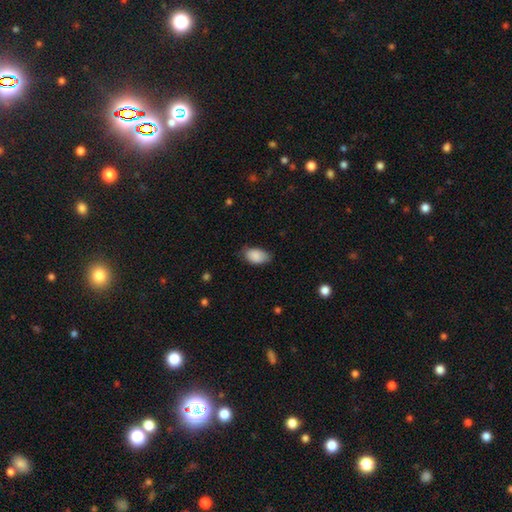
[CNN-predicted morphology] Overall: smooth (88%). How rounded: in between (92%). Merging: none (66%; minor disturbance 28%).